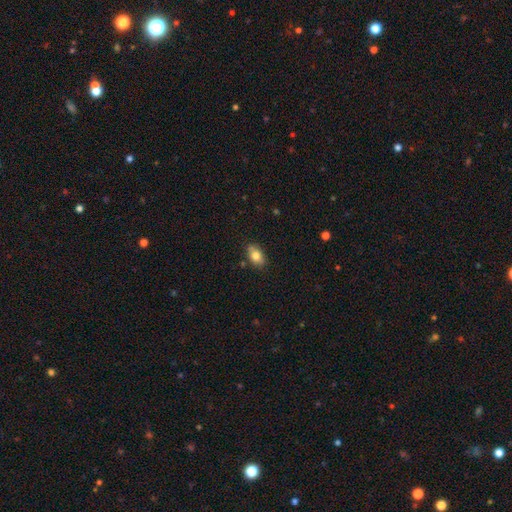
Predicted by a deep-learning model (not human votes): The model was most divided on "merging": none: 74%, minor disturbance: 18%, merger: 5%, major disturbance: 3%. More confident: how rounded — in between (81%); smooth or featured — smooth (77%).